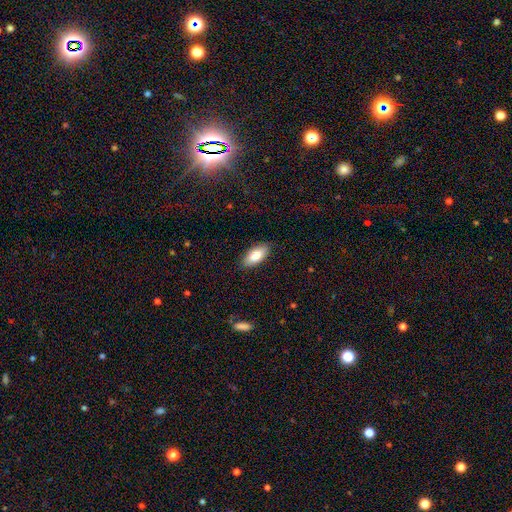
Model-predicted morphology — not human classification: smooth-or-featured: smooth: 82% | featured or disk: 12% | star or artifact: 6%
  how-rounded: in between: 86% | cigar-shaped: 12% | round: 2%
  merging: none: 86% | minor disturbance: 10% | major disturbance: 2% | merger: 1%